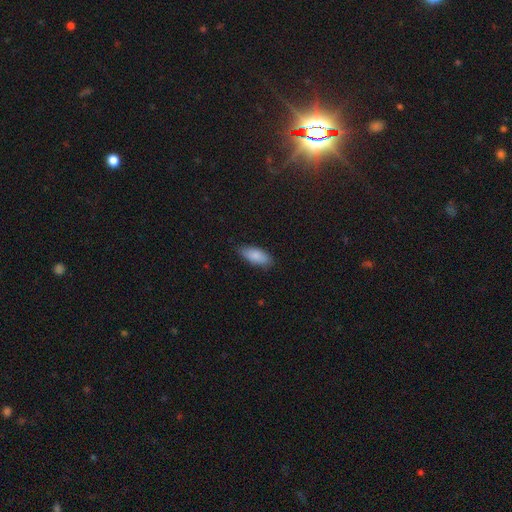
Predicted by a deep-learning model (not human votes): smooth 86%, featured or disk 8%, star or artifact 6%. Down the decision tree: how rounded — in between (82%); merging — none (82%).